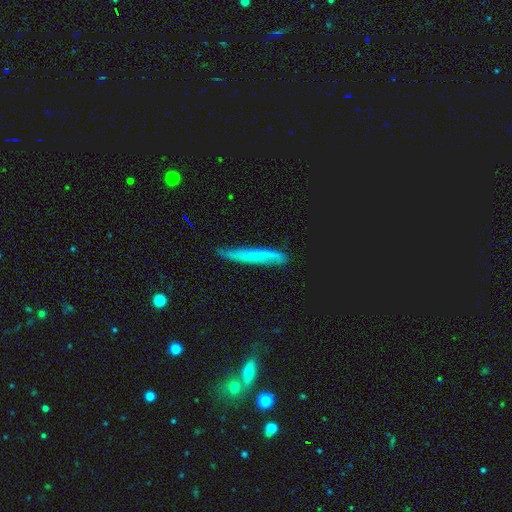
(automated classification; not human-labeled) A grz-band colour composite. It shows a featured or disk galaxy (46%). Merging: none (70%).